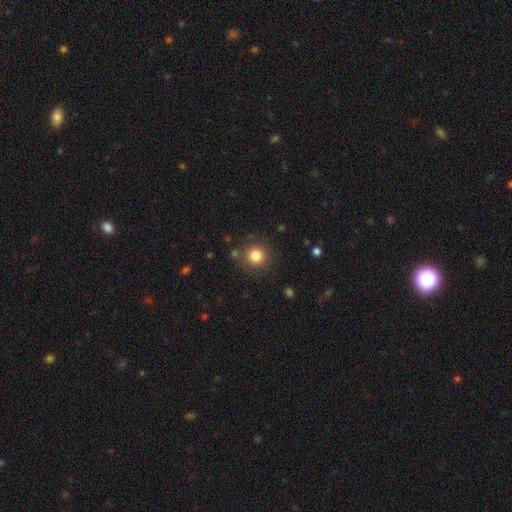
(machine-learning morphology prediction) Overall: smooth (83%). How rounded: round (94%). Merging: none (86%).